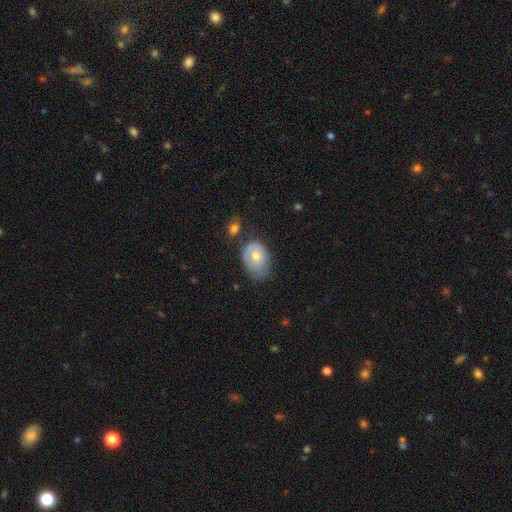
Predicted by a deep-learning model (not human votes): smooth 63%, featured or disk 29%, star or artifact 8%. Down the decision tree: how rounded — in between (78%); merging — none (44%).